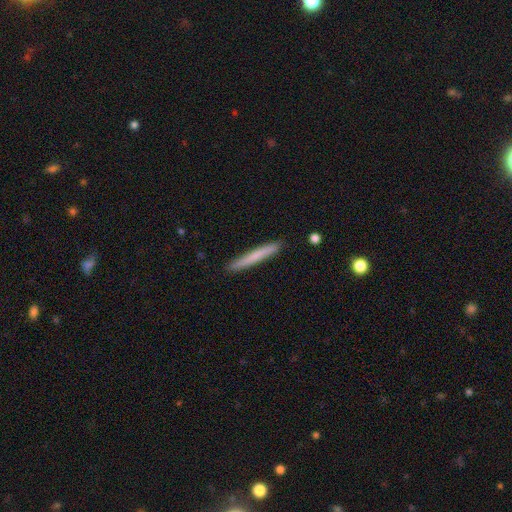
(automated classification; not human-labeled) This is likely a smooth galaxy (68%). How rounded: clearly cigar-shaped (97%). Merging: clearly none (91%).